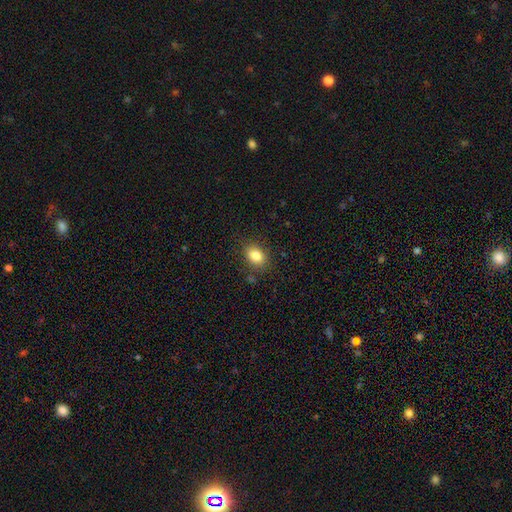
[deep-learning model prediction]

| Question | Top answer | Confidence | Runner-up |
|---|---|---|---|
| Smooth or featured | smooth | 84% | star or artifact (10%) |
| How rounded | in between | 70% | round (29%) |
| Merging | none | 83% | minor disturbance (12%) |